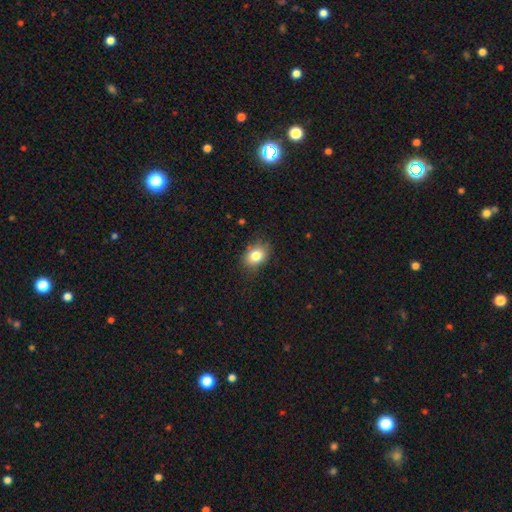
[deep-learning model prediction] This appears to be a smooth galaxy with no disk features (81%) that is in between round and cigar-shaped (70%). Merging: none (79%).